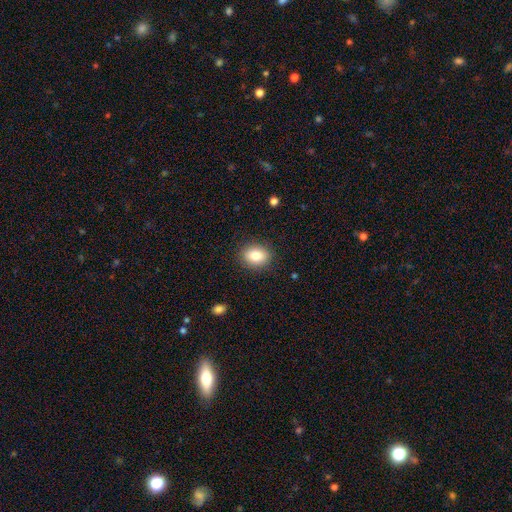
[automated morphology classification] type=smooth (84%); roundness=in between (59%); merging=none (88%).